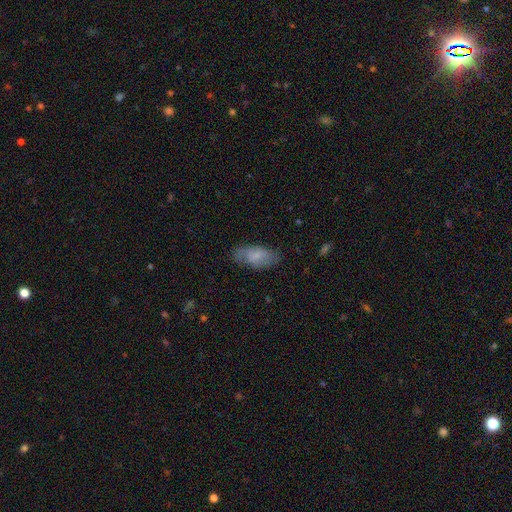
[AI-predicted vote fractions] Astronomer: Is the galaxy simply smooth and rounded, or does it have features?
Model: smooth — 68%.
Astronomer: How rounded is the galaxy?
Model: in between — 91%.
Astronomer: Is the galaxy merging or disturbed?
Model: none — 69%.